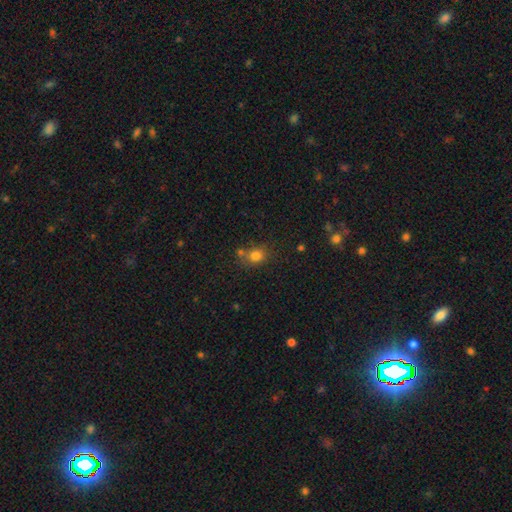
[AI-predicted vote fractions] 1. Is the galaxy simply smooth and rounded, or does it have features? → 79% smooth, 13% star or artifact, 8% featured or disk.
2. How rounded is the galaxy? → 69% round, 30% in between, 1% cigar-shaped.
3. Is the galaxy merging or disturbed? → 63% none, 16% merger, 15% minor disturbance, 5% major disturbance.